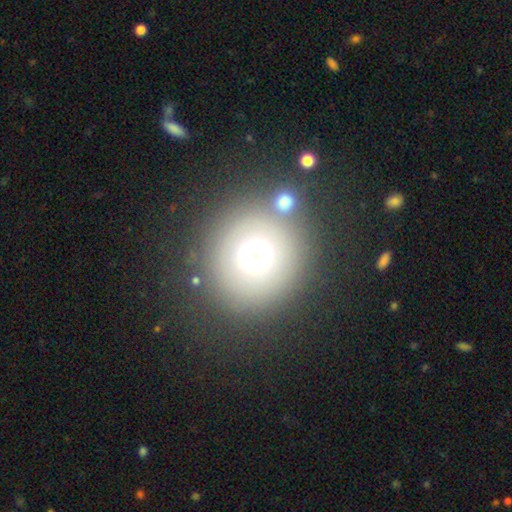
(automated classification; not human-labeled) A smooth galaxy with no disk features (69%) that is round (94%).

Vote fractions:
- Smooth or featured? smooth: 69% / featured or disk: 16% / star or artifact: 15%
- How rounded? round: 94% / in between: 5% / cigar-shaped: 1%
- Merging? none: 78% / minor disturbance: 9% / merger: 7% / major disturbance: 6%